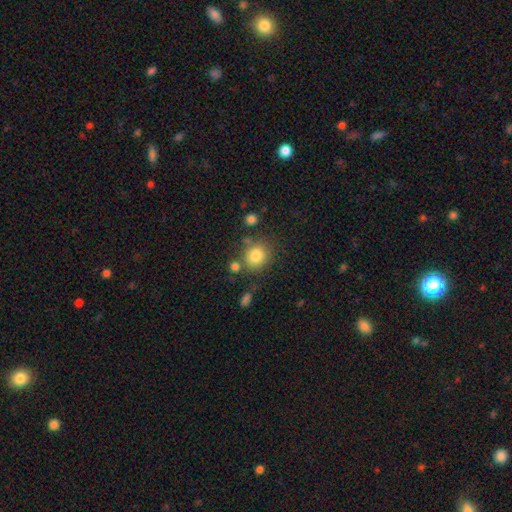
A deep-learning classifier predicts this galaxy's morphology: Smooth or featured? smooth (81%)
How rounded? round (82%)
Merging? none (74%)